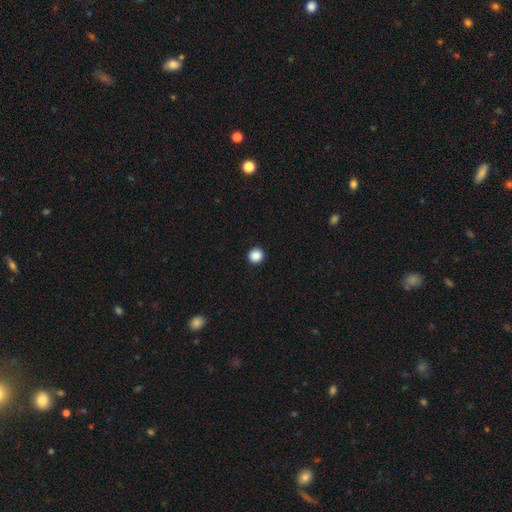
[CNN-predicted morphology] The model was most divided on "smooth or featured": smooth: 88%, star or artifact: 9%, featured or disk: 2%. More confident: merging — none (93%); how rounded — round (93%).